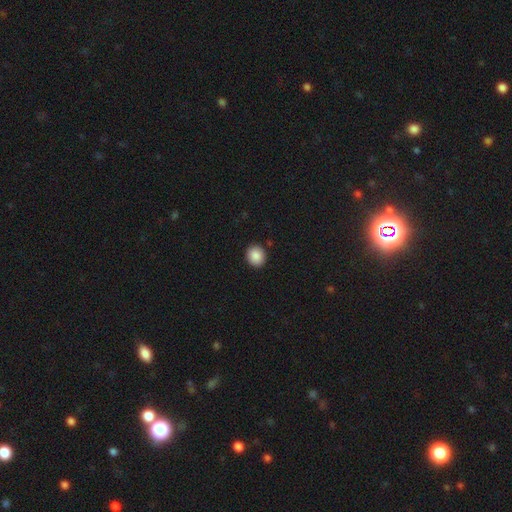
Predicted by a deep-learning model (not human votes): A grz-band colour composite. It shows a smooth galaxy with no disk features (89%) that is round (77%). Merging: none (91%).